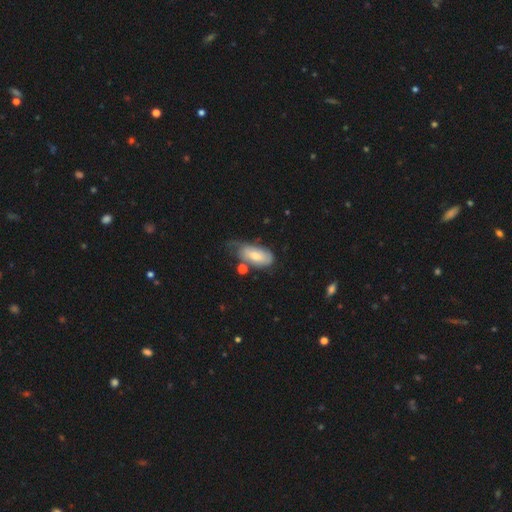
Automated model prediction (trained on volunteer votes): Smooth or featured: smooth — 61% (featured or disk — 33%)
How rounded: in between — 89% (cigar-shaped — 8%)
Merging: minor disturbance — 35% (none — 33%)